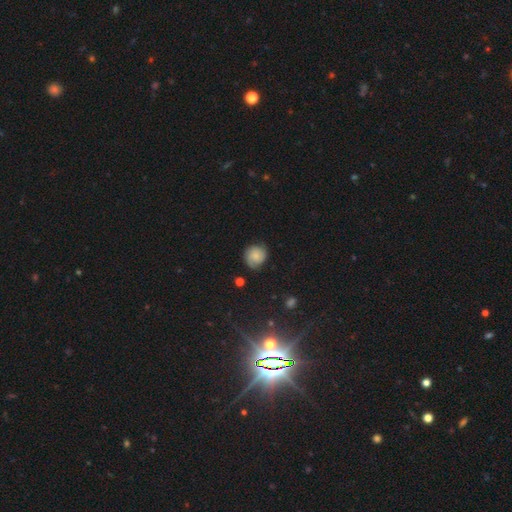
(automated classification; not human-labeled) The model was most divided on "smooth or featured": smooth: 65%, featured or disk: 25%, star or artifact: 9%. More confident: how rounded — round (80%); merging — none (69%).